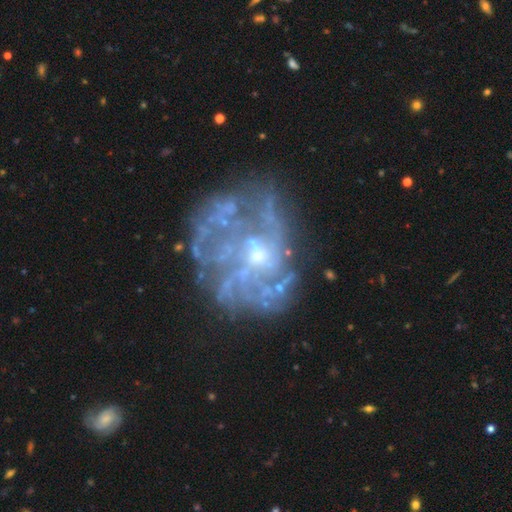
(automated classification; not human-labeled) The model was most divided on "spiral arms": yes: 58%, no: 42%. More confident: edge-on disk — no (98%); smooth or featured — featured or disk (78%); bar — no (76%); merging — none (54%); bulge size — small (50%).